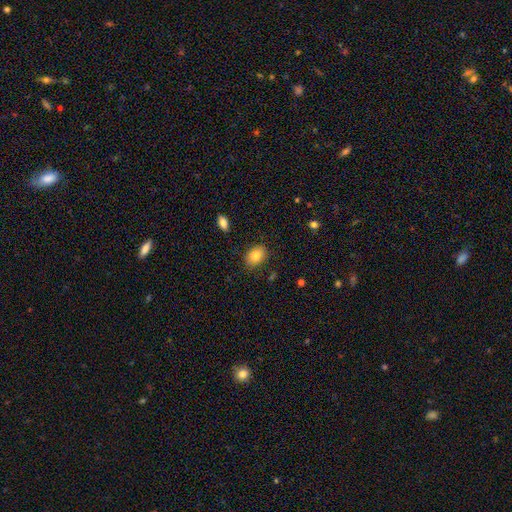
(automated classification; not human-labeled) Smooth or featured: smooth — 81% (featured or disk — 10%)
How rounded: in between — 75% (round — 24%)
Merging: none — 84% (minor disturbance — 12%)